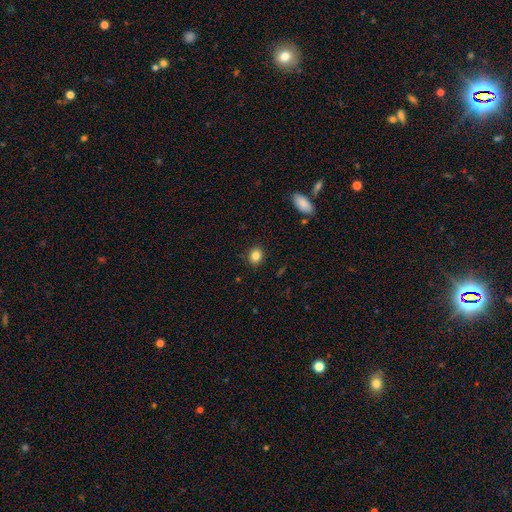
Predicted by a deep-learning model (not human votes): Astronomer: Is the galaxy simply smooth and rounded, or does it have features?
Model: smooth — 85%.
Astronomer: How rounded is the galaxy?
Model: round — 69%.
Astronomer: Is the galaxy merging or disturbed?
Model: none — 90%.